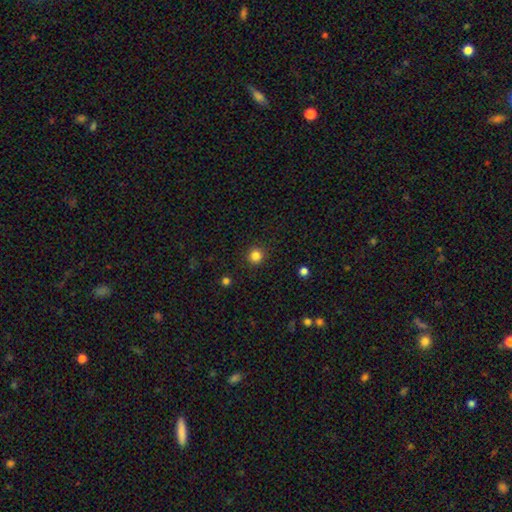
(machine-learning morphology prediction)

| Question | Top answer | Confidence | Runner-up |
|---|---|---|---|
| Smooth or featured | smooth | 84% | star or artifact (12%) |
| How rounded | round | 94% | in between (5%) |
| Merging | none | 91% | minor disturbance (6%) |